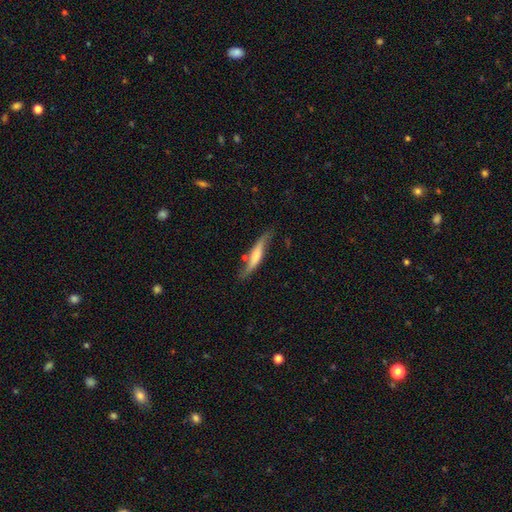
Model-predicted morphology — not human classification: smooth_or_featured: featured or disk (p=0.50) [alt: smooth p=0.44]
merging: none (p=0.62) [alt: minor disturbance p=0.24]